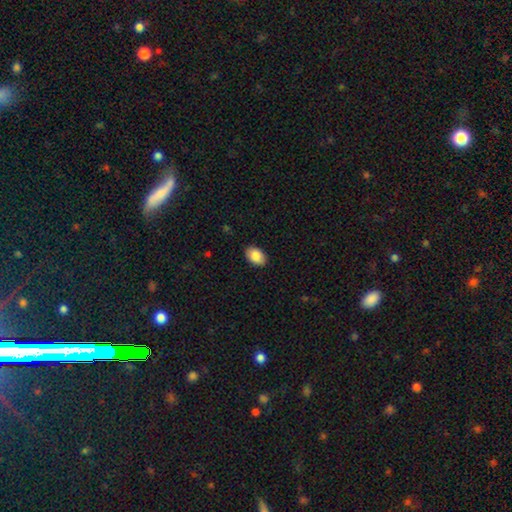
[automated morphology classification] smooth 86%, star or artifact 7%, featured or disk 7%. Down the decision tree: how rounded — in between (88%); merging — none (89%).